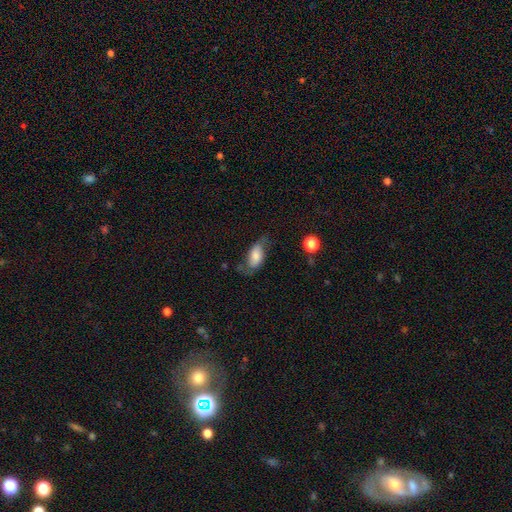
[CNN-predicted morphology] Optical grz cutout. It shows a smooth galaxy with no disk features (61%) that is in between round and cigar-shaped (89%). Merging: none (50%).